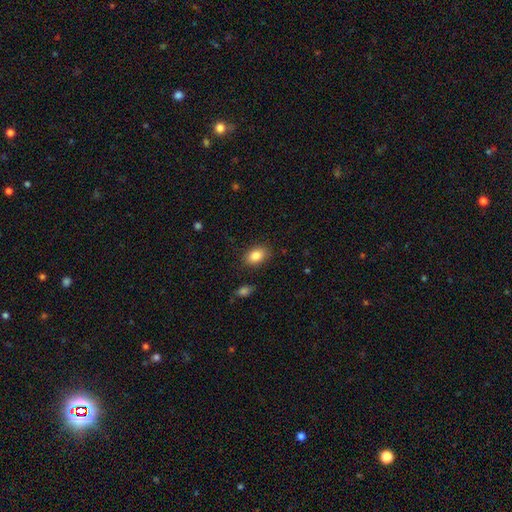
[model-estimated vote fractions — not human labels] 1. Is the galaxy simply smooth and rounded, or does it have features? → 85% smooth, 8% star or artifact, 6% featured or disk.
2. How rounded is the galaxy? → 82% in between, 16% round, 1% cigar-shaped.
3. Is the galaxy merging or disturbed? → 85% none, 11% minor disturbance, 3% major disturbance, 2% merger.